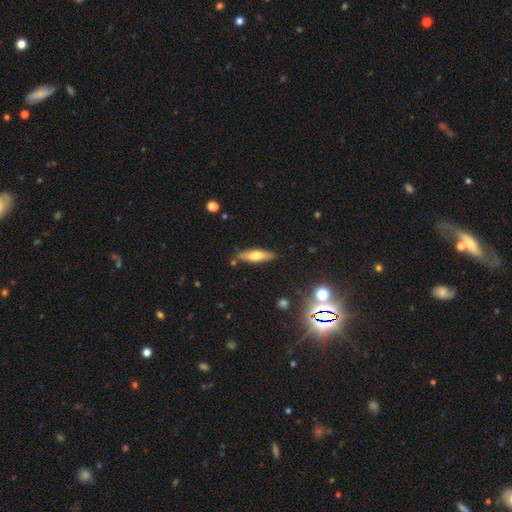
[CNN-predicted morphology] This appears to be a smooth galaxy with no disk features (50%) that is cigar-shaped (67%). Merging: none (84%).